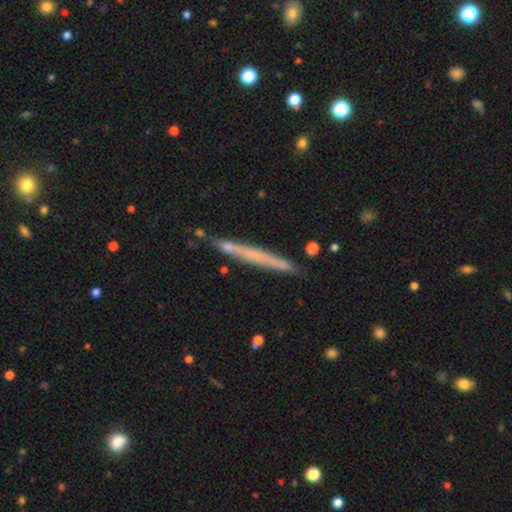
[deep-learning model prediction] smooth-or-featured: smooth: 49% | featured or disk: 44% | star or artifact: 7%
  merging: none: 86% | minor disturbance: 10% | merger: 2% | major disturbance: 2%